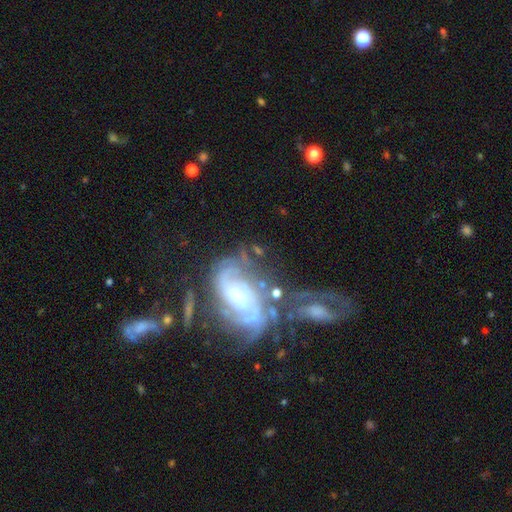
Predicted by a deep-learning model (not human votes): smooth-or-featured: featured or disk: 81% | smooth: 10% | star or artifact: 9%
  disk-edge-on: no: 95% | yes: 5%
    bar: no: 47% | weak: 37% | strong: 16%
    has-spiral-arms: yes: 94% | no: 6%
      spiral-winding: tight: 55% | medium: 36% | loose: 9%
      spiral-arm-count: 2: 41% | can't tell: 25% | 3: 18% | 4: 6% | 1: 5% | more than 4: 5%
    bulge-size: moderate: 48% | small: 40% | large: 7% | none: 4% | dominant: 2%
  merging: none: 43% | merger: 26% | minor disturbance: 17% | major disturbance: 15%